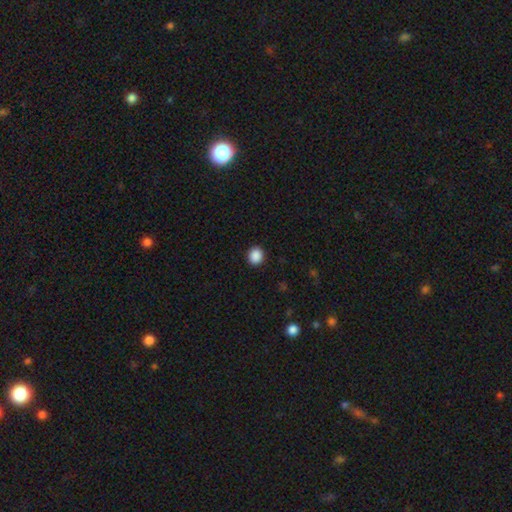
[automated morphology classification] Smooth or featured? smooth (89%)
How rounded? round (82%)
Merging? none (92%)